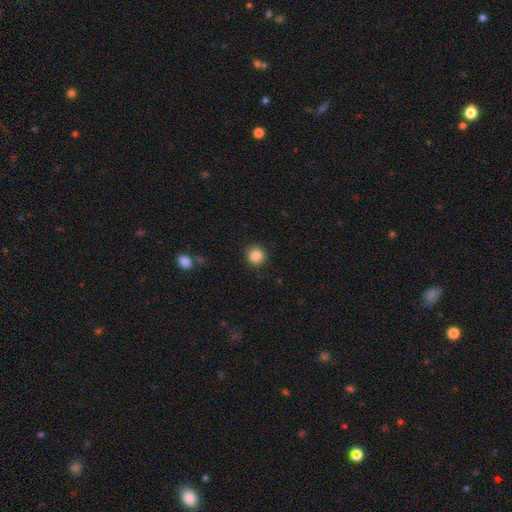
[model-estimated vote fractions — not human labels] This appears to be a smooth galaxy with no disk features (85%) that is round (93%). Merging: none (90%).